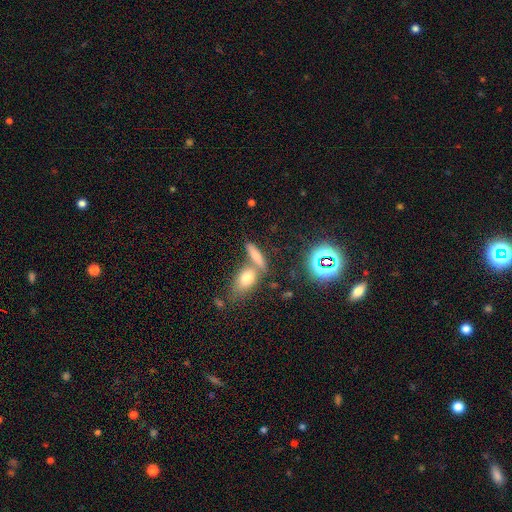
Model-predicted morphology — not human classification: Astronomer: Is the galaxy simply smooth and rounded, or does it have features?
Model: smooth — 68%.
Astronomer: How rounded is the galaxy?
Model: cigar-shaped — 52% (runner-up: in between, 39%).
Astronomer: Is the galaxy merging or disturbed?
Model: none — 53% (runner-up: merger, 32%).